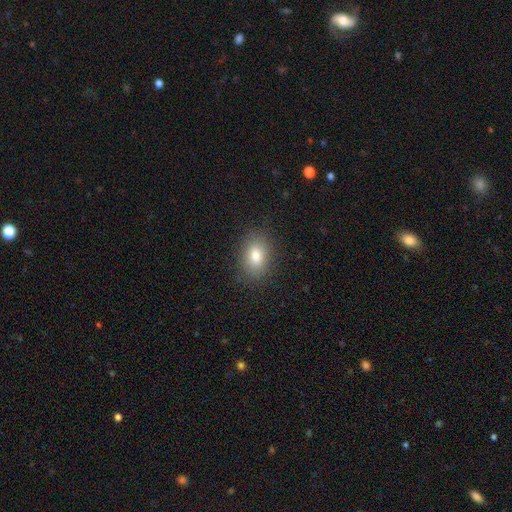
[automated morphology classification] This appears to be a smooth galaxy with no disk features (81%) that is in between round and cigar-shaped (80%). Merging: none (86%).